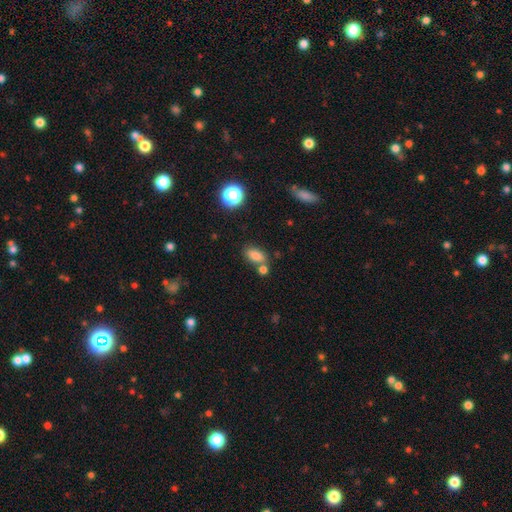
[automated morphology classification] A smooth galaxy with no disk features (80%) that is in between round and cigar-shaped (84%). Merging: none (61%).